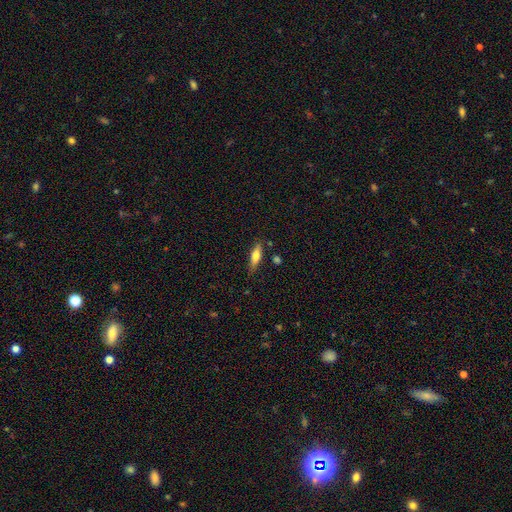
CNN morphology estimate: Smooth or featured? smooth (60%)
How rounded? cigar-shaped (59%)
Merging? none (80%)